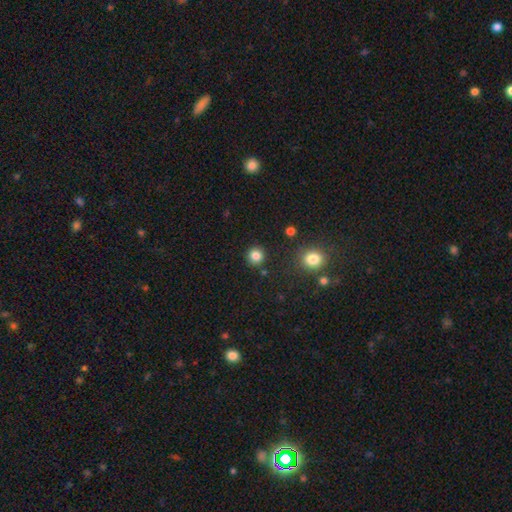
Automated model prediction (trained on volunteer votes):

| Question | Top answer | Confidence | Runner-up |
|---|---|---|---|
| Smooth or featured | smooth | 84% | star or artifact (12%) |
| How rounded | round | 92% | in between (7%) |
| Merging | none | 89% | minor disturbance (6%) |